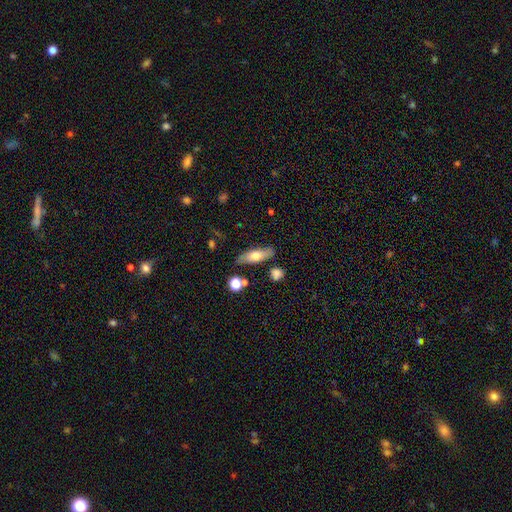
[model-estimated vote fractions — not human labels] Smooth or featured? Predicted: smooth (p=0.59). How rounded? Predicted: in between (p=0.54). Merging? Predicted: none (p=0.79).